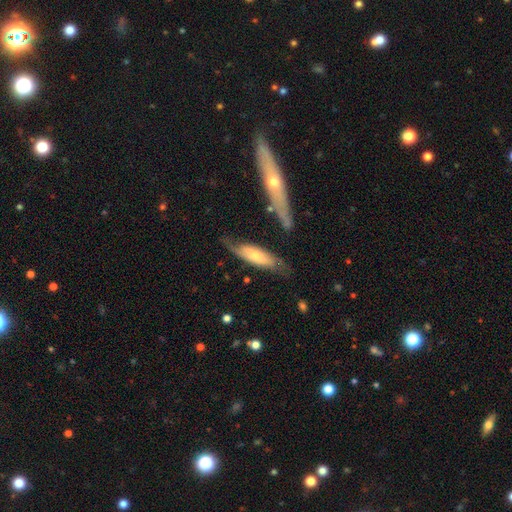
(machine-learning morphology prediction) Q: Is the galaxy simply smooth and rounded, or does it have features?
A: featured or disk — 53%.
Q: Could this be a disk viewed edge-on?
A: no — 65%.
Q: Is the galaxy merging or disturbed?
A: none — 59%.